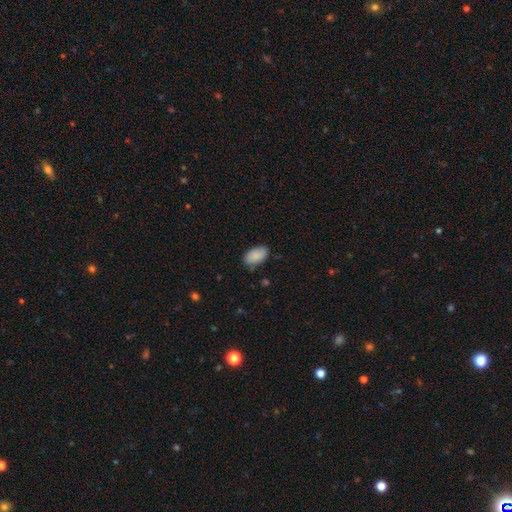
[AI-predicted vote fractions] Morphology: type=smooth (89%); roundness=in between (94%); merging=none (82%).